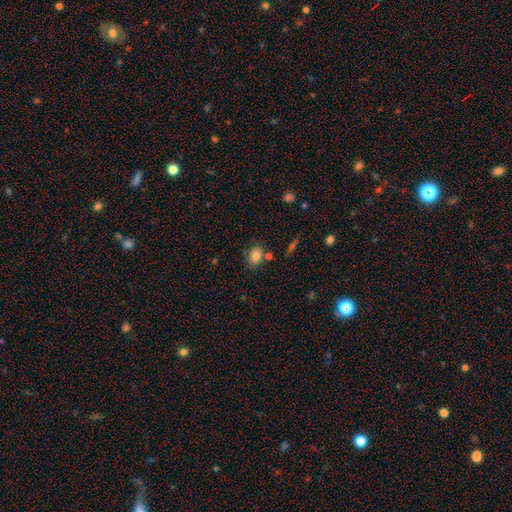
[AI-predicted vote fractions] smooth 83%, star or artifact 9%, featured or disk 7%. Down the decision tree: how rounded — in between (61%); merging — none (73%).